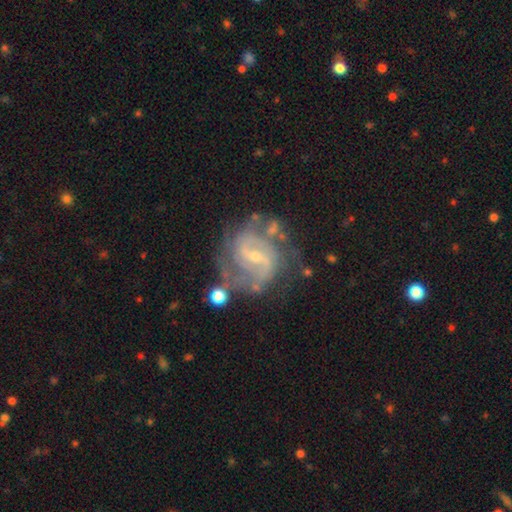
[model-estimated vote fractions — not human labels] Smooth or featured? featured or disk (88%)
Edge-on disk? no (97%)
Bar? weak (54%)
Spiral arms? yes (96%)
Spiral winding? medium (50%)
Spiral arm count? 2 (64%)
Bulge size? small (68%)
Merging? none (62%)